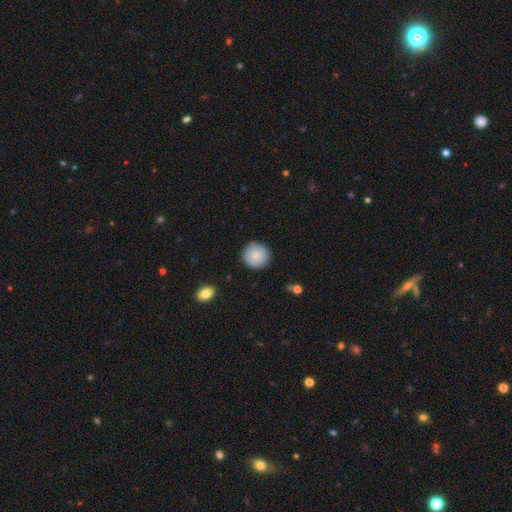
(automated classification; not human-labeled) smooth-or-featured: smooth: 86% | featured or disk: 7% | star or artifact: 7%
  how-rounded: round: 93% | in between: 6% | cigar-shaped: 1%
  merging: none: 89% | minor disturbance: 8% | major disturbance: 2% | merger: 1%